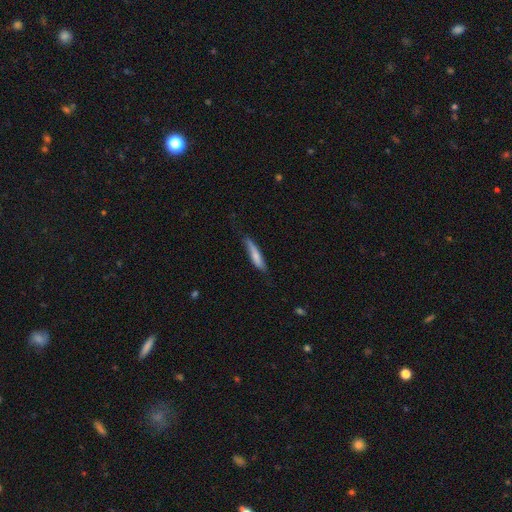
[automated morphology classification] smooth 71%, featured or disk 24%, star or artifact 6%. Down the decision tree: how rounded — cigar-shaped (86%); merging — none (68%).